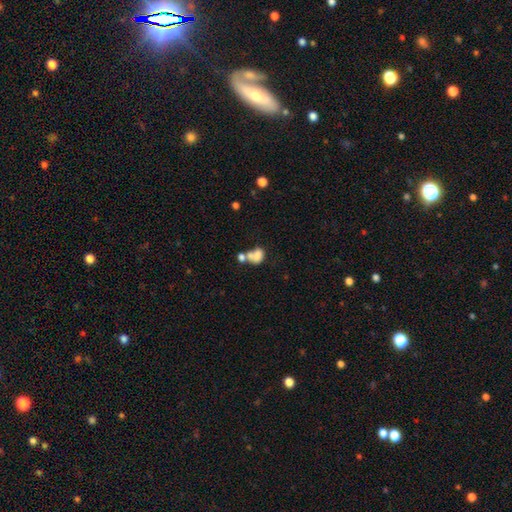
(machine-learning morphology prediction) The model was most divided on "how rounded": in between: 67%, round: 31%, cigar-shaped: 1%. More confident: smooth or featured — smooth (66%); merging — merger (57%).